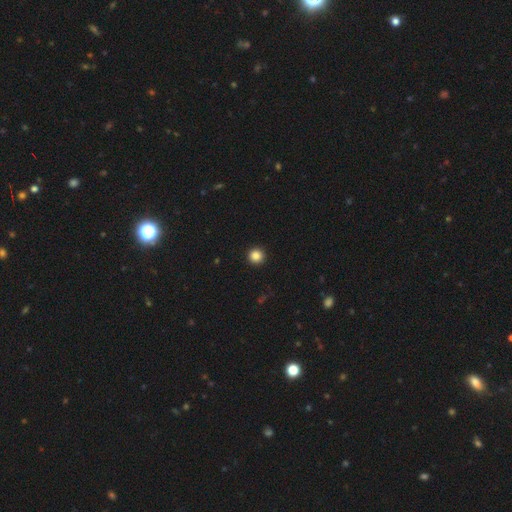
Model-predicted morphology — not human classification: This is clearly a smooth galaxy (86%). How rounded: clearly round (96%). Merging: clearly none (94%).